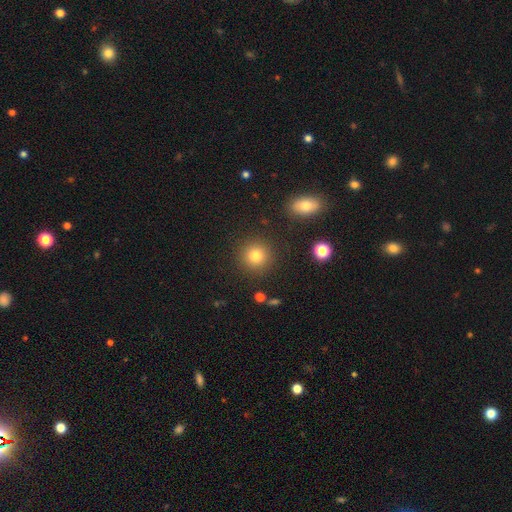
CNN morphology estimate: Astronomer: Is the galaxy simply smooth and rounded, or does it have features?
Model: smooth — 80%.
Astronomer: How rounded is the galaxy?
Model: round — 93%.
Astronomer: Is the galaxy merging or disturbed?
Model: none — 89%.